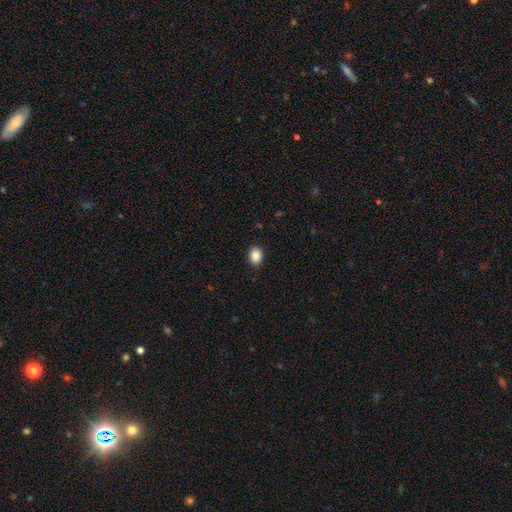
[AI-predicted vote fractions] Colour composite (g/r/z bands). It shows a smooth galaxy with no disk features (88%) that is in between round and cigar-shaped (63%). Merging: none (89%).